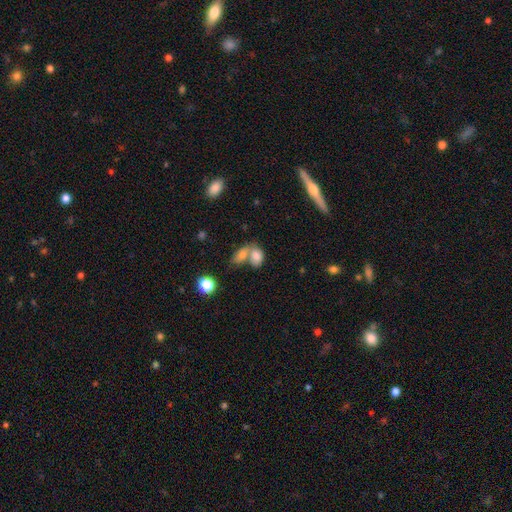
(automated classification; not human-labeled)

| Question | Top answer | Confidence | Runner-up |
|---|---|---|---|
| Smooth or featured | smooth | 78% | featured or disk (13%) |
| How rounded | in between | 78% | round (19%) |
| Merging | merger | 64% | none (23%) |